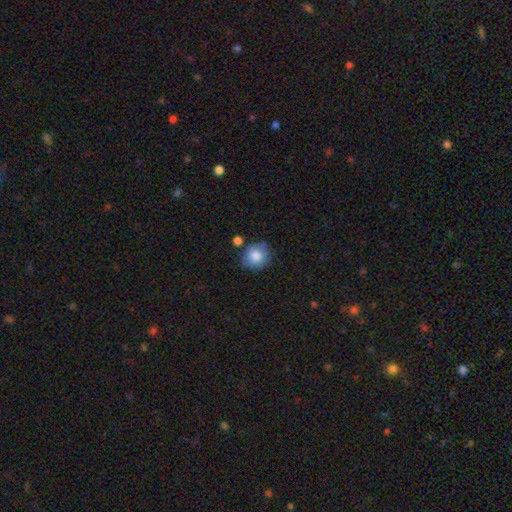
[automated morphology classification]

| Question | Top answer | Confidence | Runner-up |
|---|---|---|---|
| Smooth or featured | smooth | 83% | featured or disk (9%) |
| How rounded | round | 81% | in between (18%) |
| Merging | none | 75% | minor disturbance (15%) |